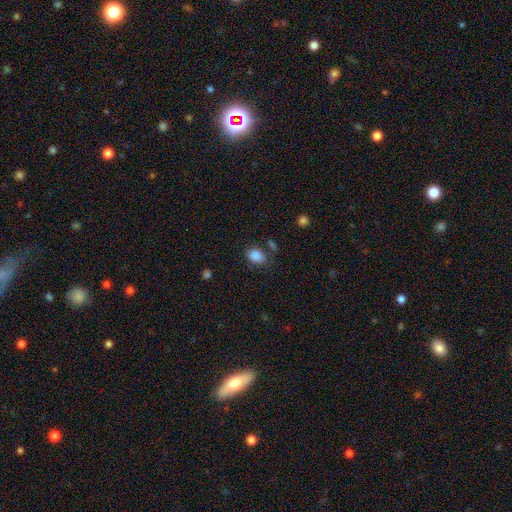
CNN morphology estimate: A smooth galaxy with no disk features (87%) that is in between round and cigar-shaped (70%). Merging: none (73%).